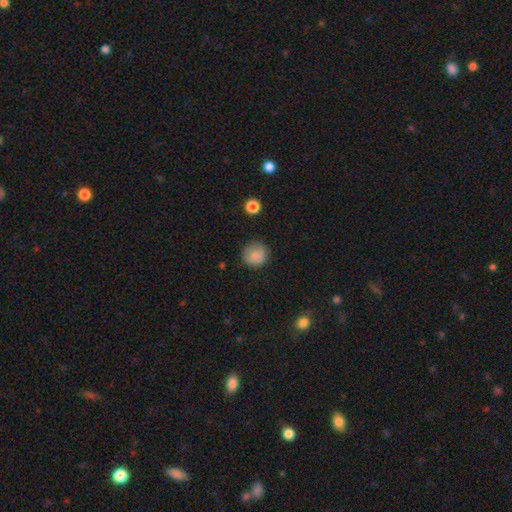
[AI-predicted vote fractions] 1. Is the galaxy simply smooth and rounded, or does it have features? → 83% smooth, 10% star or artifact, 7% featured or disk.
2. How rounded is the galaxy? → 90% round, 9% in between, 1% cigar-shaped.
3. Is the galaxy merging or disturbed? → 76% none, 18% minor disturbance, 5% major disturbance, 2% merger.